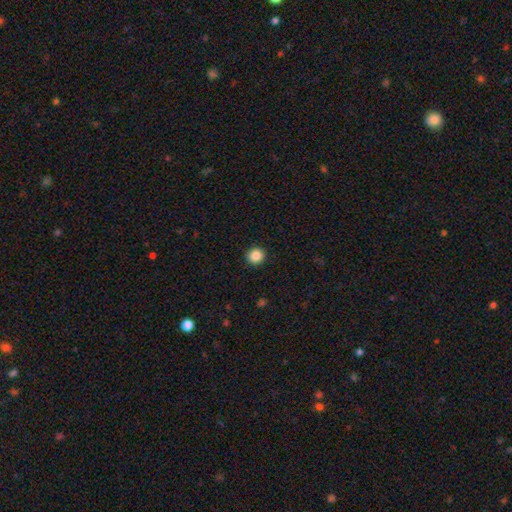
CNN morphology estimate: Smooth or featured: smooth — 87% (star or artifact — 10%)
How rounded: round — 94% (in between — 5%)
Merging: none — 93% (minor disturbance — 4%)